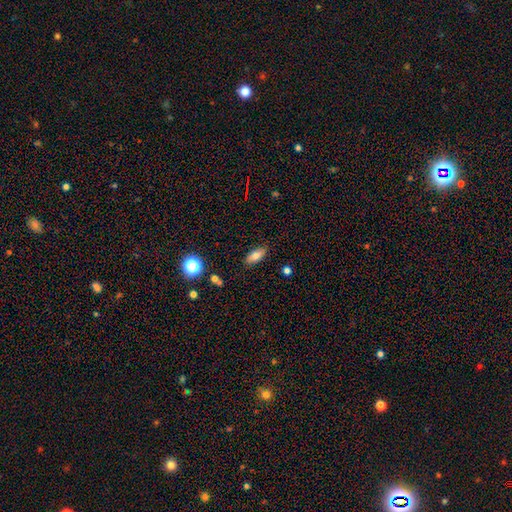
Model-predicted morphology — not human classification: type=smooth (75%); roundness=in between (80%); merging=none (86%).